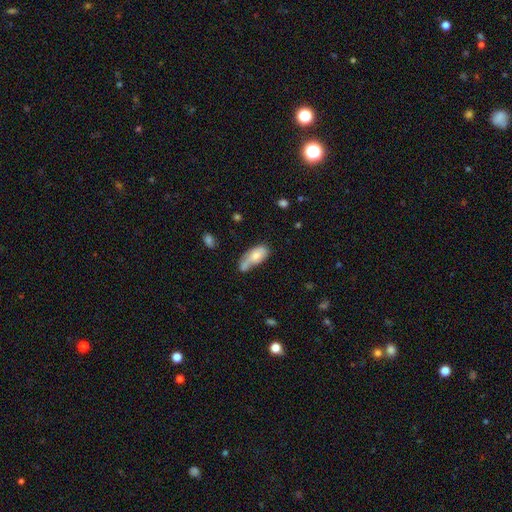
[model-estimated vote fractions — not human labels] The model was most divided on "merging": merger: 31%, none: 29%, minor disturbance: 24%, major disturbance: 16%. More confident: how rounded — in between (88%); smooth or featured — smooth (69%).